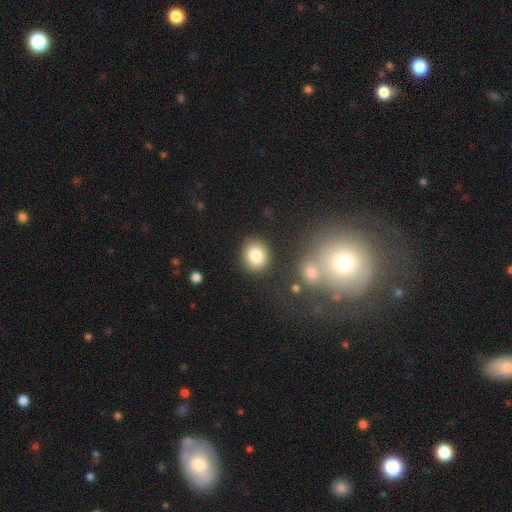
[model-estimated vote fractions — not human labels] smooth_or_featured: smooth (p=0.83) [alt: star or artifact p=0.09]
how_rounded: round (p=0.74) [alt: in between p=0.25]
merging: none (p=0.86) [alt: minor disturbance p=0.08]